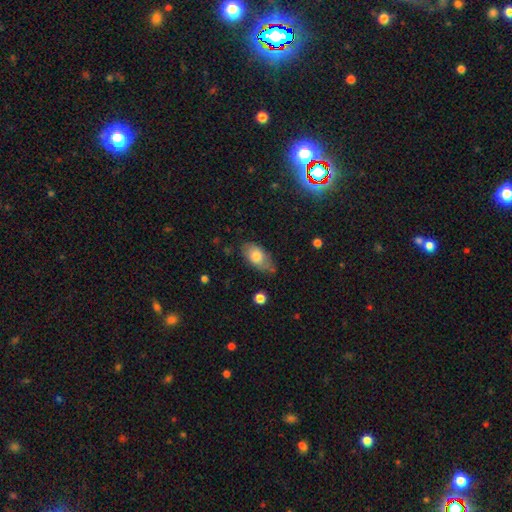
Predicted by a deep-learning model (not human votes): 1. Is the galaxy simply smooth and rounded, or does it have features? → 75% smooth, 18% featured or disk, 8% star or artifact.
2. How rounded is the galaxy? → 91% in between, 5% round, 4% cigar-shaped.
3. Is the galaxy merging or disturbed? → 64% none, 27% minor disturbance, 6% major disturbance, 3% merger.